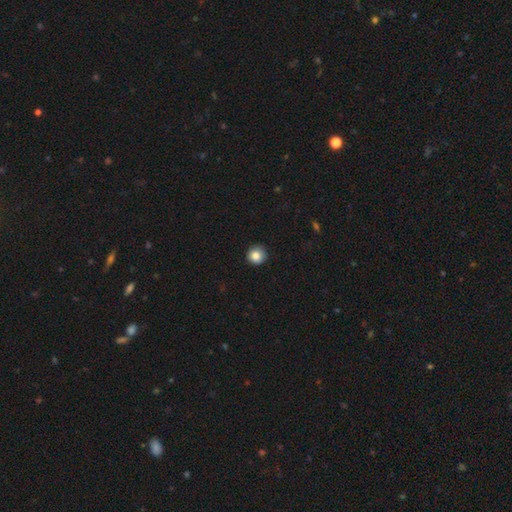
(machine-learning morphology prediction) Smooth or featured? Predicted: smooth (p=0.85). How rounded? Predicted: round (p=0.95). Merging? Predicted: none (p=0.89).